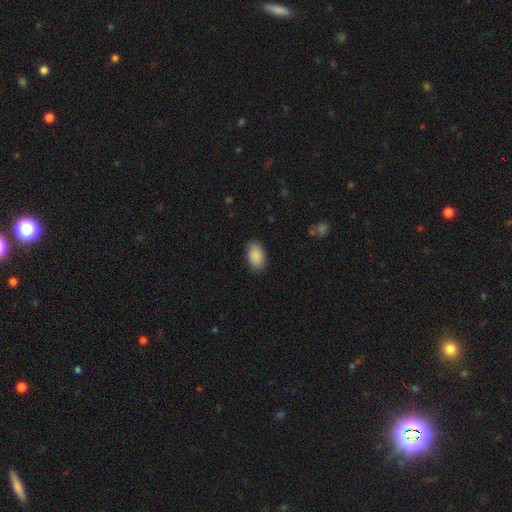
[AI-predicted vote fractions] Smooth or featured? smooth (90%)
How rounded? in between (92%)
Merging? none (86%)